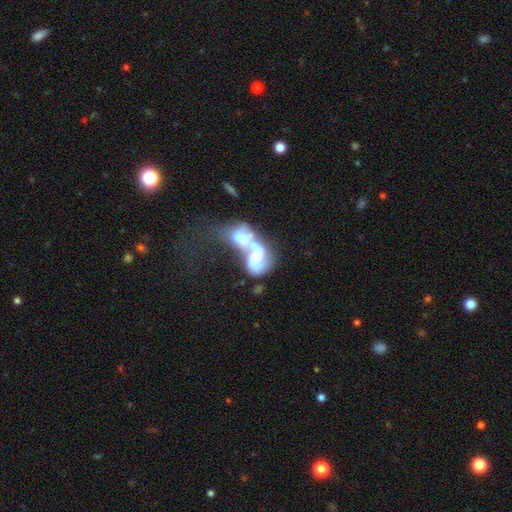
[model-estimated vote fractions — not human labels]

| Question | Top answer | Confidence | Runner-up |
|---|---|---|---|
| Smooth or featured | featured or disk | 65% | smooth (27%) |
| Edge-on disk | no | 97% | yes (3%) |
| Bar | no | 69% | weak (22%) |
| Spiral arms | yes | 57% | no (43%) |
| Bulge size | moderate | 33% | none (24%) |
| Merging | merger | 75% | major disturbance (13%) |